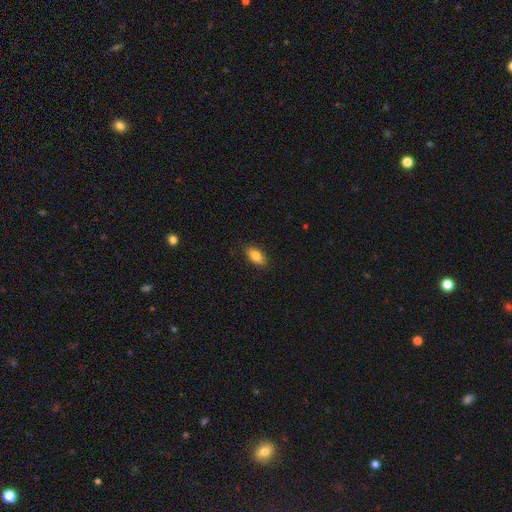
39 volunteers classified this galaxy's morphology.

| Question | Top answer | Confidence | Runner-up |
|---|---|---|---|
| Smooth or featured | smooth | 90% | featured or disk (8%) |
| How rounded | in between | 91% | round (6%) |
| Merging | none | 89% | minor disturbance (5%) |